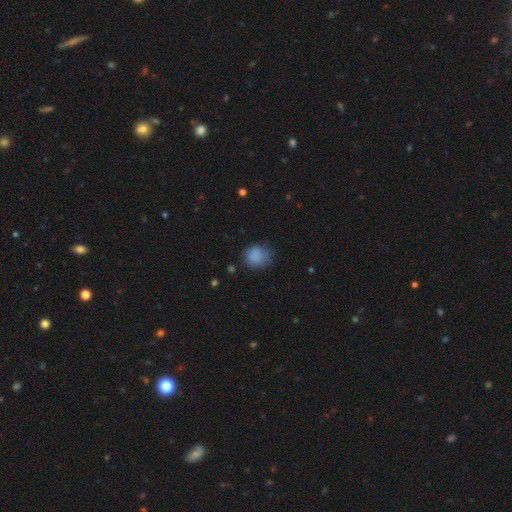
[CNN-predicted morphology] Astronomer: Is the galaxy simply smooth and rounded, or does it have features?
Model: smooth — 81%.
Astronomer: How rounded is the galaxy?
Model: round — 71%.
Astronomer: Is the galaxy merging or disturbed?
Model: none — 61%.